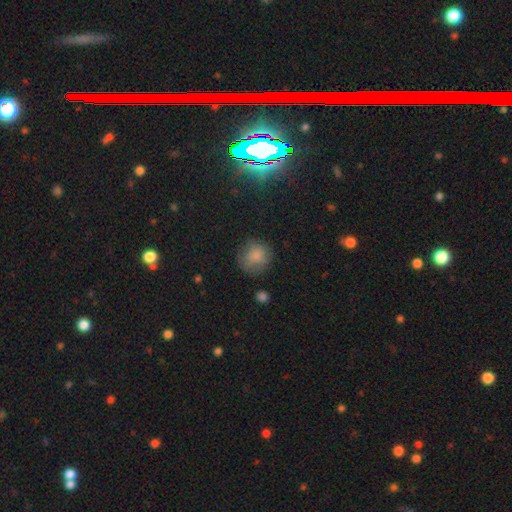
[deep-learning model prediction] Smooth or featured? Predicted: smooth (p=0.80). How rounded? Predicted: round (p=0.89). Merging? Predicted: none (p=0.71).